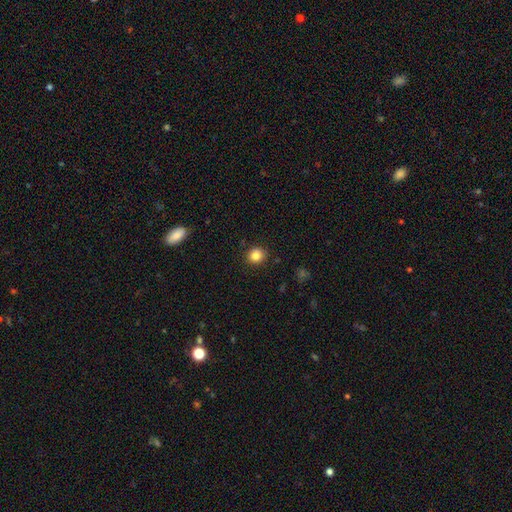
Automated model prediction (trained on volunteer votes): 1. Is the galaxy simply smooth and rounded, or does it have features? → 83% smooth, 11% star or artifact, 6% featured or disk.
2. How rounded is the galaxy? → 80% round, 19% in between, 1% cigar-shaped.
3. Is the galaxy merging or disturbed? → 89% none, 8% minor disturbance, 2% major disturbance, 1% merger.